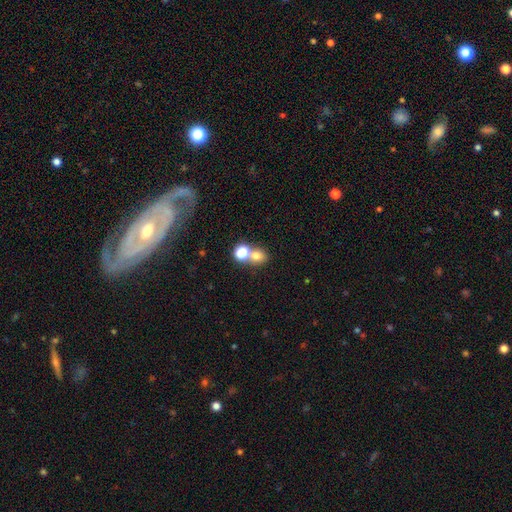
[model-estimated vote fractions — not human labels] Q: Smooth or featured?
A: smooth (73%); runner-up: star or artifact (16%)
Q: How rounded?
A: round (64%); runner-up: in between (34%)
Q: Merging?
A: merger (49%); runner-up: none (40%)